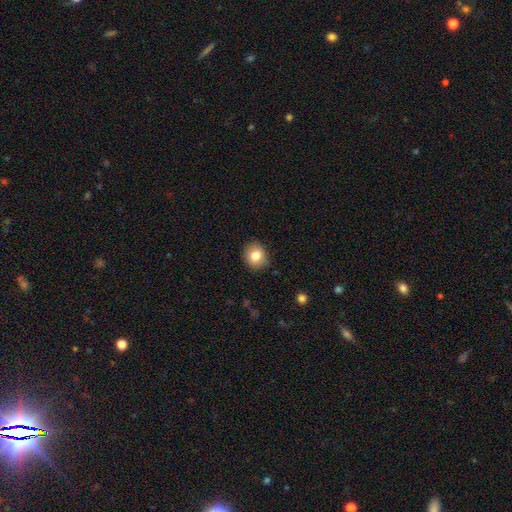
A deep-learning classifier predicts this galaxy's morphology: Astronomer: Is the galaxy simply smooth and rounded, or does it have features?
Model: smooth — 81%.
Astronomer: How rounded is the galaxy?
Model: round — 79%.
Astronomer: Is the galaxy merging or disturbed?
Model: none — 87%.